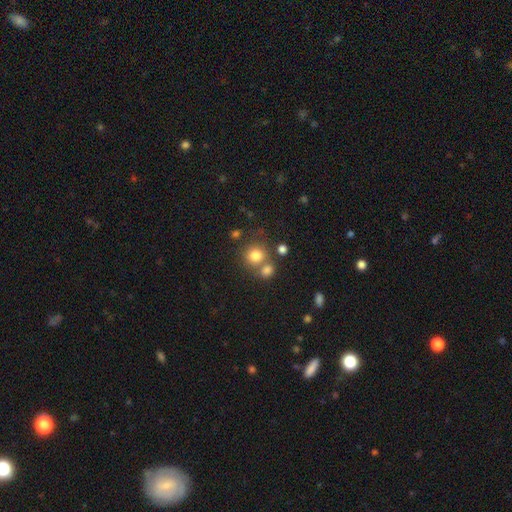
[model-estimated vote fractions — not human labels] This appears to be a smooth galaxy with no disk features (78%) that is round (84%). Merging: none (56%).